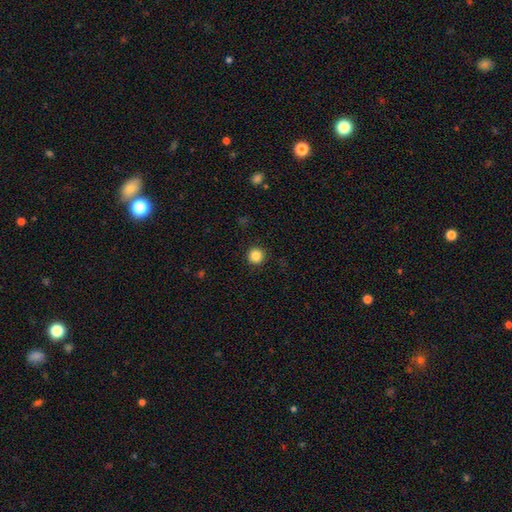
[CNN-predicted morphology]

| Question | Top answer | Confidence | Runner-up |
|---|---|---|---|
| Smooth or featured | smooth | 86% | star or artifact (11%) |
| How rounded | round | 96% | in between (3%) |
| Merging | none | 93% | minor disturbance (5%) |